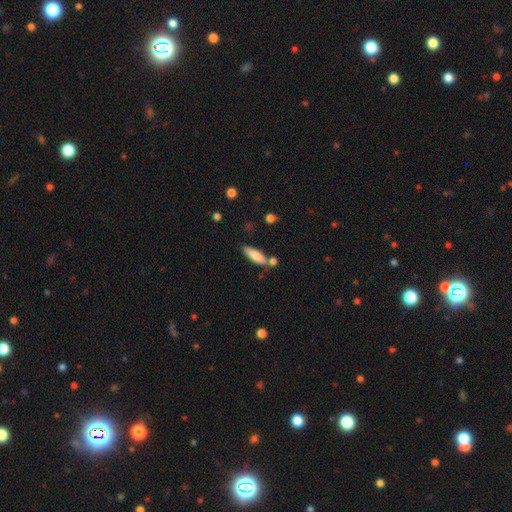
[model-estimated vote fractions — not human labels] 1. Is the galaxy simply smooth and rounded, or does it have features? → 77% smooth, 17% featured or disk, 6% star or artifact.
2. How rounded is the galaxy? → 55% cigar-shaped, 43% in between, 2% round.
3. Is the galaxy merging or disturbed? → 70% none, 14% merger, 13% minor disturbance, 3% major disturbance.